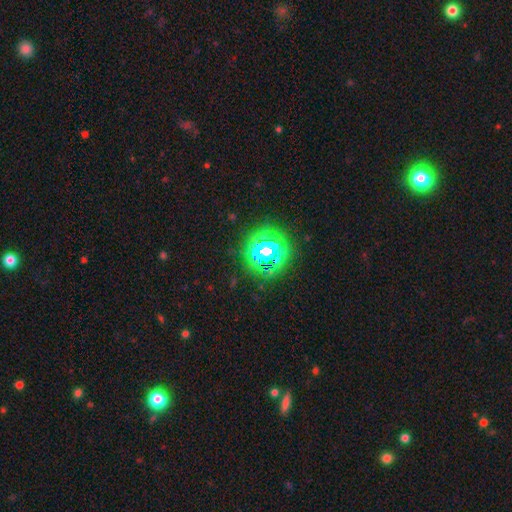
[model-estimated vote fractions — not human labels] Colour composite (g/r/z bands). It shows a star or artifact, not a galaxy (60%).